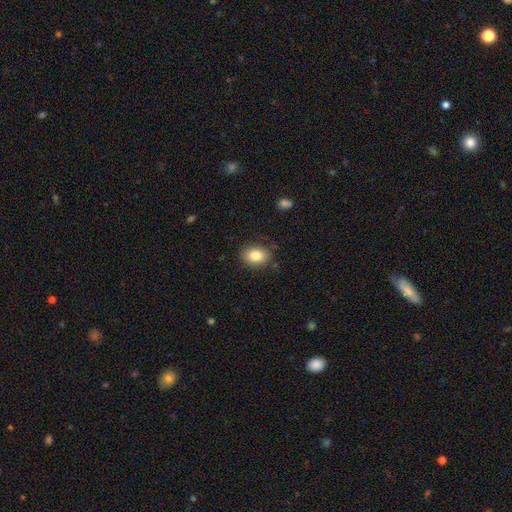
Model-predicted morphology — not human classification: smooth_or_featured: smooth (p=0.84) [alt: star or artifact p=0.09]
how_rounded: in between (p=0.71) [alt: round p=0.27]
merging: none (p=0.85) [alt: minor disturbance p=0.11]